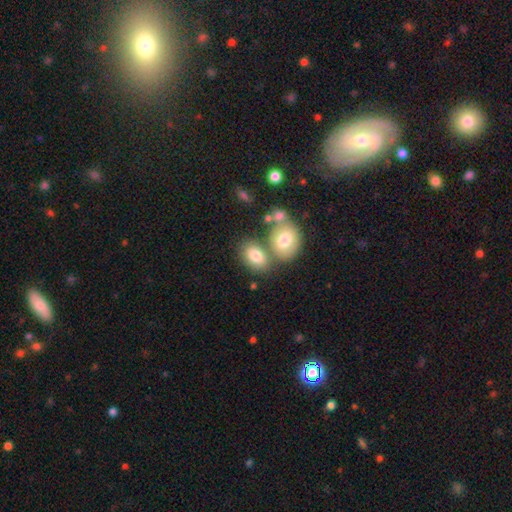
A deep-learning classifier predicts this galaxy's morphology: smooth 78%, featured or disk 13%, star or artifact 8%. Down the decision tree: how rounded — in between (81%); merging — none (50%).